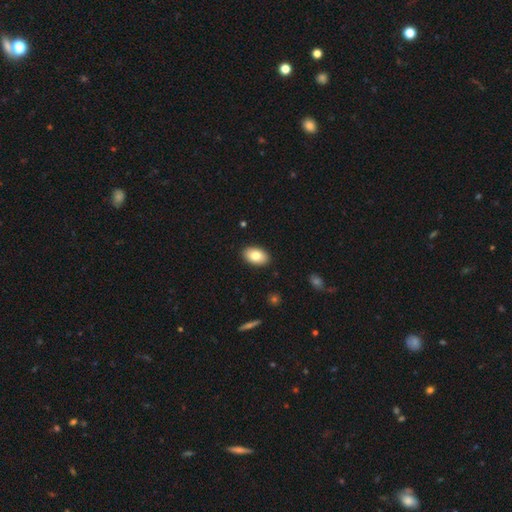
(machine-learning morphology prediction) smooth 81%, featured or disk 13%, star or artifact 7%. Down the decision tree: how rounded — in between (93%); merging — none (90%).